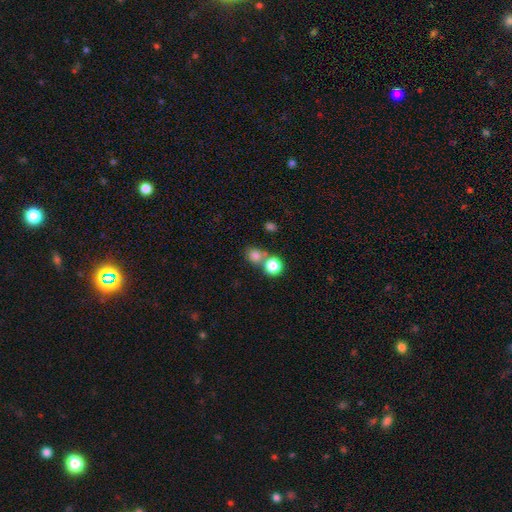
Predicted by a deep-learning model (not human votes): Q: Smooth or featured?
A: smooth (80%); runner-up: star or artifact (12%)
Q: How rounded?
A: round (82%); runner-up: in between (17%)
Q: Merging?
A: none (48%); runner-up: merger (41%)